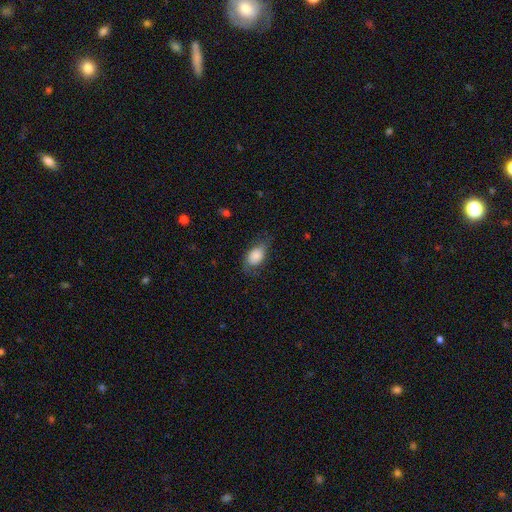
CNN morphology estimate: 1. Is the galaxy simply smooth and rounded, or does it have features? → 77% smooth, 15% featured or disk, 7% star or artifact.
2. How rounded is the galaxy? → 85% in between, 12% round, 3% cigar-shaped.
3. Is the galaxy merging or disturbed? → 60% none, 28% minor disturbance, 11% major disturbance, 1% merger.